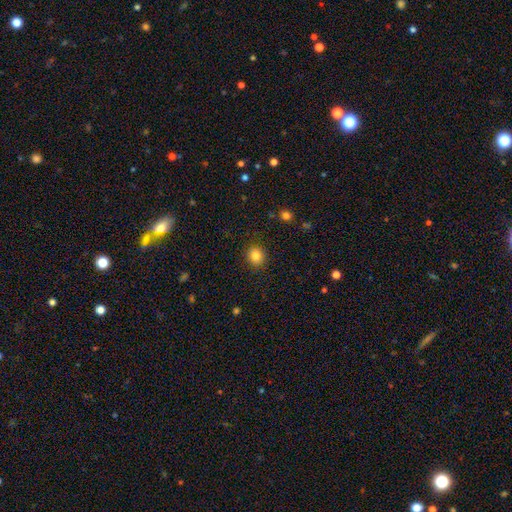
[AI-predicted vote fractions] smooth-or-featured: smooth: 84% | star or artifact: 11% | featured or disk: 5%
  how-rounded: round: 80% | in between: 19% | cigar-shaped: 1%
  merging: none: 90% | minor disturbance: 7% | major disturbance: 2% | merger: 1%